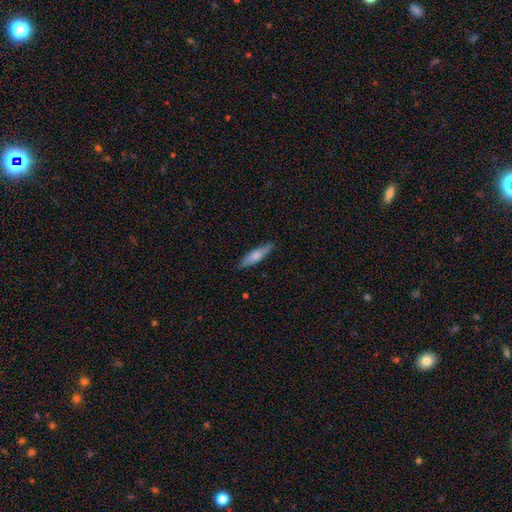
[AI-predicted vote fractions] Q: Smooth or featured?
A: smooth (63%); runner-up: featured or disk (32%)
Q: How rounded?
A: cigar-shaped (75%); runner-up: in between (24%)
Q: Merging?
A: none (85%); runner-up: minor disturbance (12%)